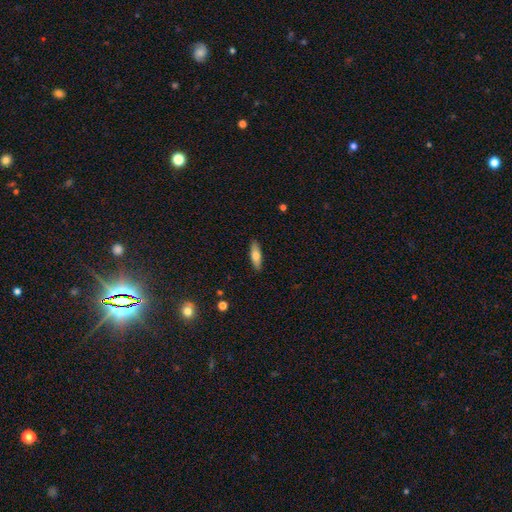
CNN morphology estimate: Smooth or featured: smooth — 68% (featured or disk — 26%)
How rounded: in between — 50% (cigar-shaped — 48%)
Merging: none — 88% (minor disturbance — 9%)